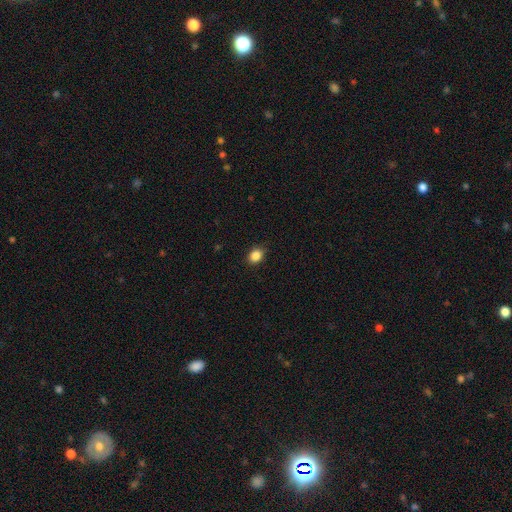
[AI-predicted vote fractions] smooth_or_featured: smooth (p=0.86) [alt: star or artifact p=0.10]
how_rounded: in between (p=0.54) [alt: round p=0.45]
merging: none (p=0.87) [alt: minor disturbance p=0.10]